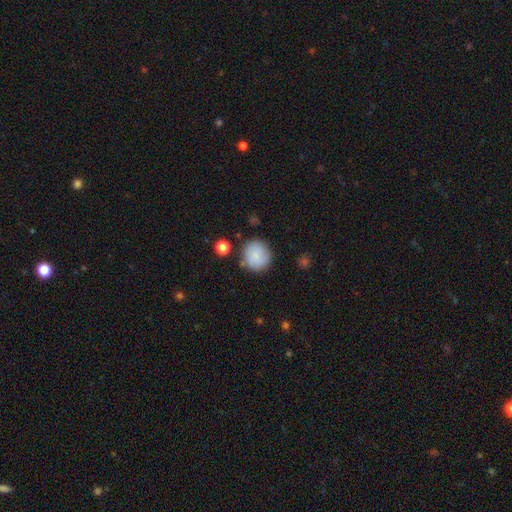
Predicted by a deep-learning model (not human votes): smooth 82%, featured or disk 10%, star or artifact 8%. Down the decision tree: how rounded — round (90%); merging — none (80%).